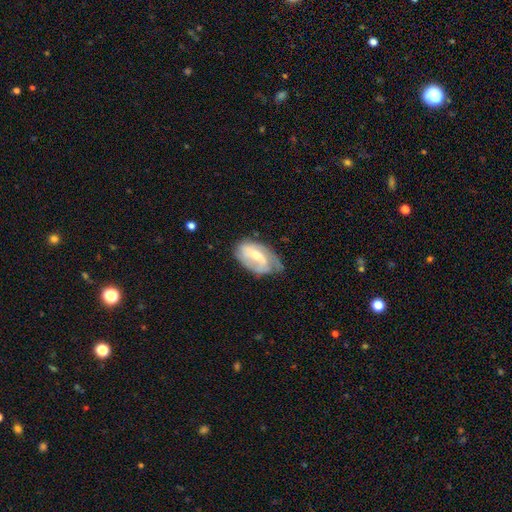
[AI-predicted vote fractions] Smooth or featured: featured or disk — 64% (smooth — 29%)
Edge-on disk: no — 95% (yes — 5%)
Bar: weak — 47% (no — 27%)
Spiral arms: yes — 80% (no — 20%)
Bulge size: moderate — 46% (small — 45%)
Merging: none — 48% (minor disturbance — 34%)